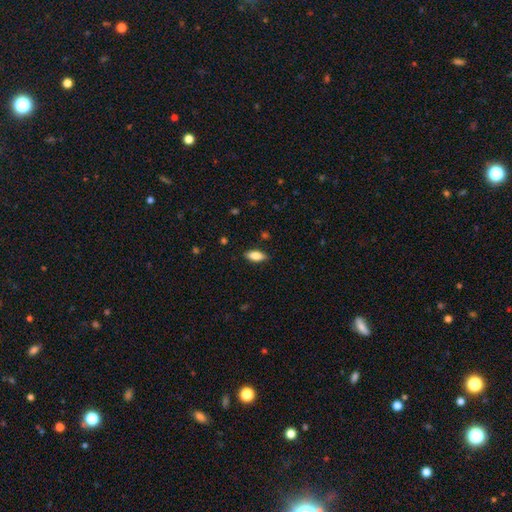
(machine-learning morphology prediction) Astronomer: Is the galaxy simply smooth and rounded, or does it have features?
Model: smooth — 79%.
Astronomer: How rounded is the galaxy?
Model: in between — 84%.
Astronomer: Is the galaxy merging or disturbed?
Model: none — 87%.